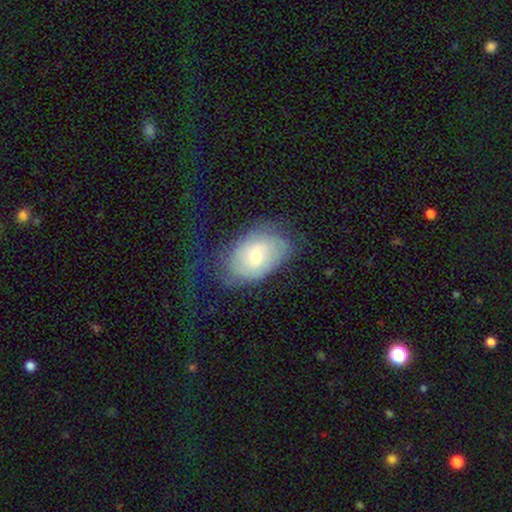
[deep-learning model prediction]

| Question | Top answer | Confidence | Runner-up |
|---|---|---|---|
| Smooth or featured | featured or disk | 49% | smooth (44%) |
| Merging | none | 50% | minor disturbance (25%) |